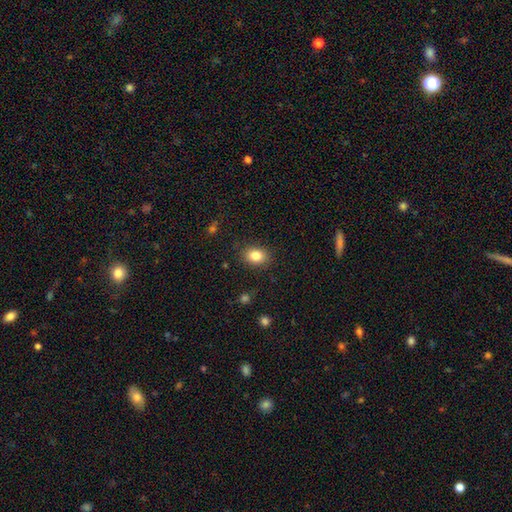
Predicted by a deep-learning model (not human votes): Q: Smooth or featured?
A: smooth (84%); runner-up: star or artifact (9%)
Q: How rounded?
A: in between (63%); runner-up: round (36%)
Q: Merging?
A: none (87%); runner-up: minor disturbance (9%)